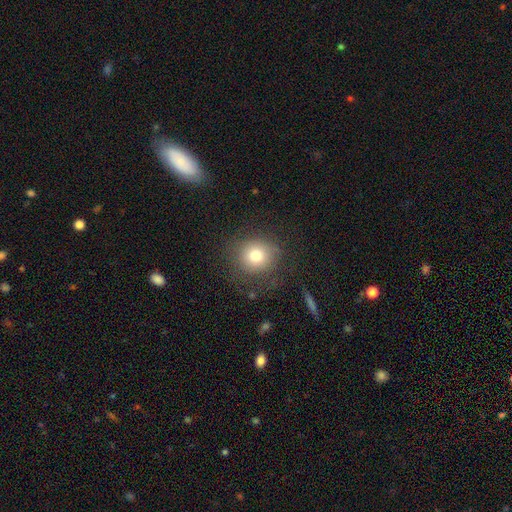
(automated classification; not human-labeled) A smooth galaxy with no disk features (76%) that is round (86%).

Vote fractions:
- Smooth or featured? smooth: 76% / star or artifact: 12% / featured or disk: 11%
- How rounded? round: 86% / in between: 13% / cigar-shaped: 1%
- Merging? none: 79% / minor disturbance: 13% / major disturbance: 6% / merger: 1%